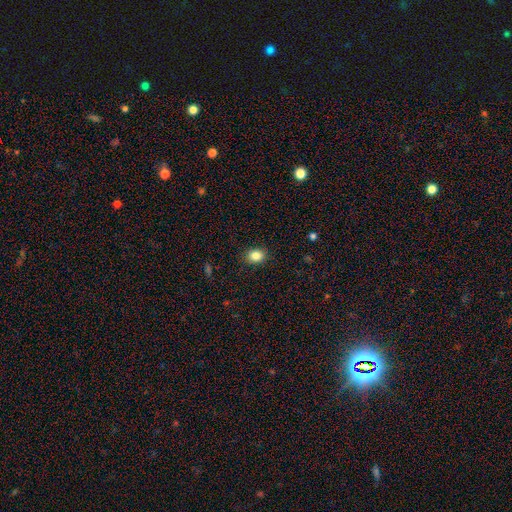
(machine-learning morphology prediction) Q: Smooth or featured?
A: smooth (85%); runner-up: star or artifact (10%)
Q: How rounded?
A: in between (54%); runner-up: round (45%)
Q: Merging?
A: none (88%); runner-up: minor disturbance (9%)